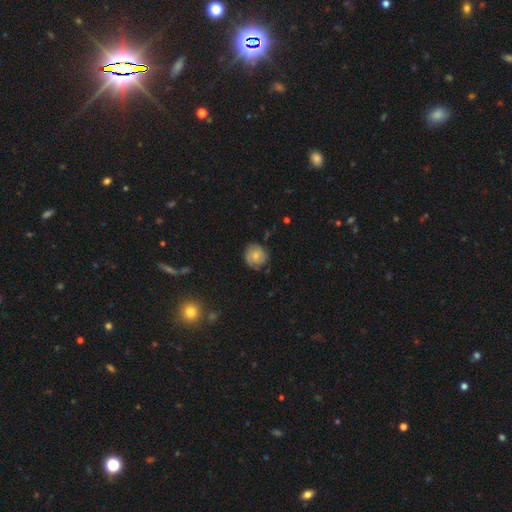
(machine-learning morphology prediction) The model was most divided on "smooth or featured": smooth: 55%, featured or disk: 37%, star or artifact: 8%. More confident: how rounded — round (85%); merging — none (70%).